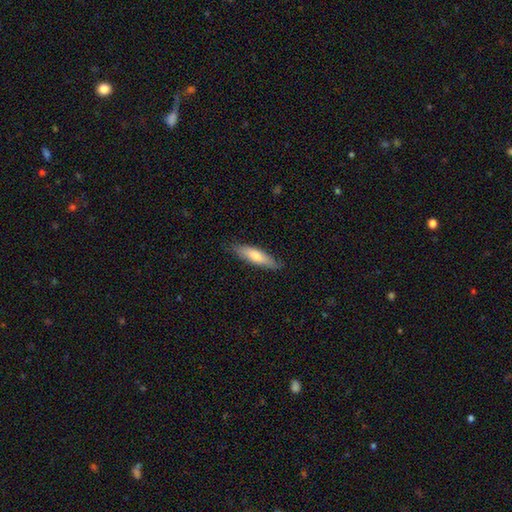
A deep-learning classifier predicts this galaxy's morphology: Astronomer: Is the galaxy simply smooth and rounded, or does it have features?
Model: smooth — 65%.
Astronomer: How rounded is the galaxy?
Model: cigar-shaped — 69%.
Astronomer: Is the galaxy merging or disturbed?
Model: none — 83%.